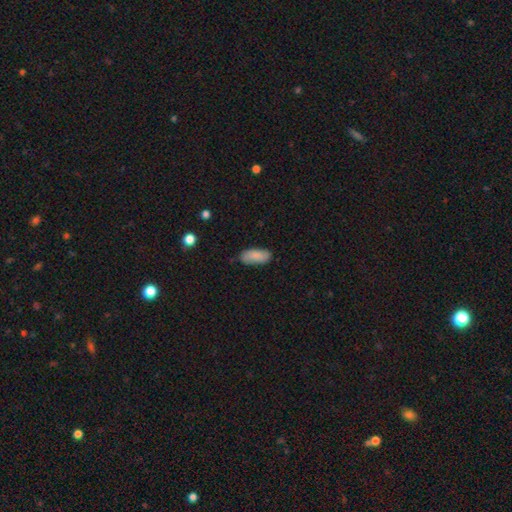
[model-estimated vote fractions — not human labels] Smooth or featured?
  - smooth: 85% *
  - featured or disk: 8%
  - star or artifact: 6%
How rounded?
  - in between: 86% *
  - cigar-shaped: 12%
  - round: 2%
Merging?
  - none: 79% *
  - minor disturbance: 17%
  - major disturbance: 3%
  - merger: 2%